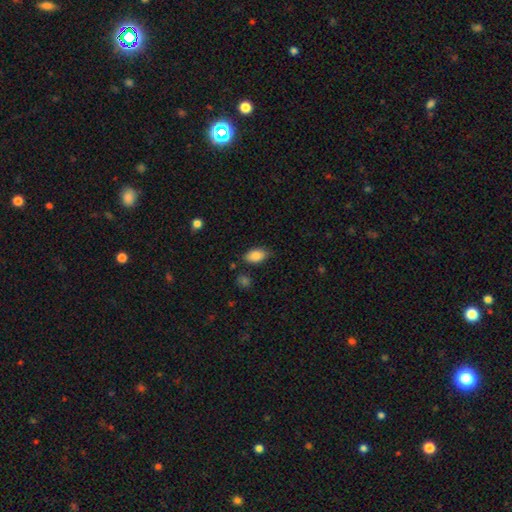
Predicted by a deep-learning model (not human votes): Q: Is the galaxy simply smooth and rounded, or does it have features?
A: smooth — 86%.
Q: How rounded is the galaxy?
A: in between — 92%.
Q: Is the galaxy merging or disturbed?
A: none — 77%.